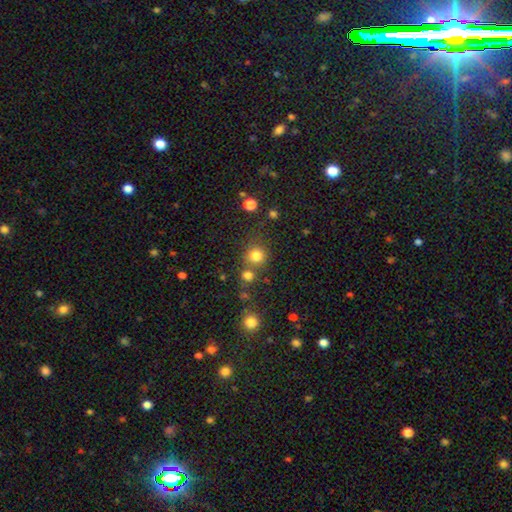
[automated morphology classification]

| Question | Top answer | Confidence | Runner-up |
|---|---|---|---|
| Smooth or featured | smooth | 80% | star or artifact (15%) |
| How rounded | round | 89% | in between (10%) |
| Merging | none | 68% | merger (19%) |